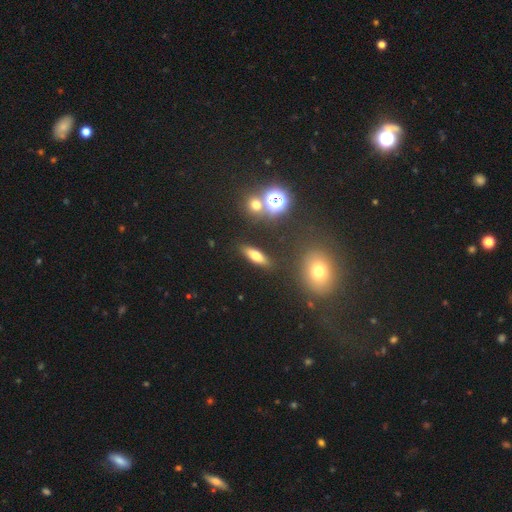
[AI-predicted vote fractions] Q: Smooth or featured?
A: smooth (63%); runner-up: featured or disk (24%)
Q: How rounded?
A: cigar-shaped (52%); runner-up: in between (43%)
Q: Merging?
A: none (86%); runner-up: minor disturbance (8%)